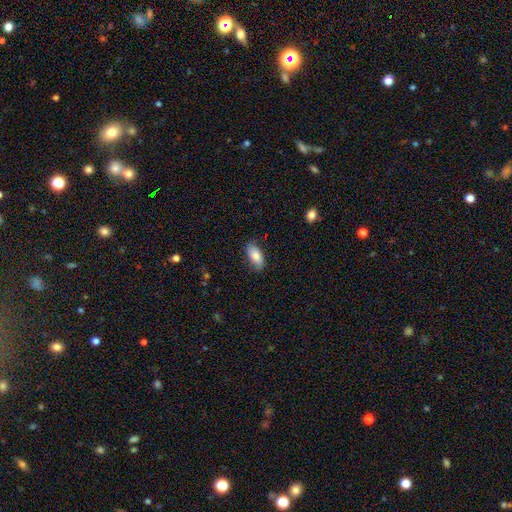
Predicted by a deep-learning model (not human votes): Overall: smooth (82%). How rounded: in between (91%). Merging: none (82%).